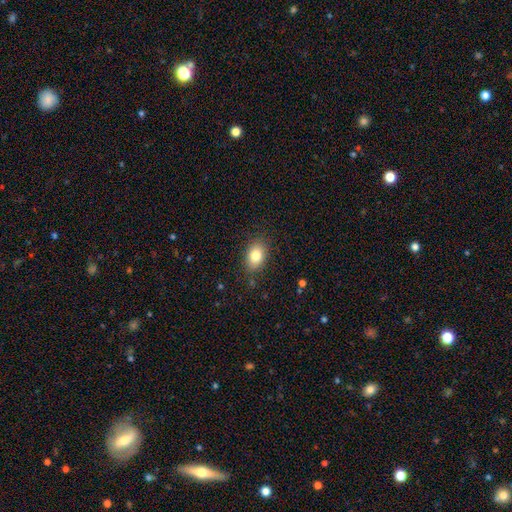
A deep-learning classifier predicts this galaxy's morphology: smooth 82%, featured or disk 9%, star or artifact 9%. Down the decision tree: how rounded — in between (83%); merging — none (84%).